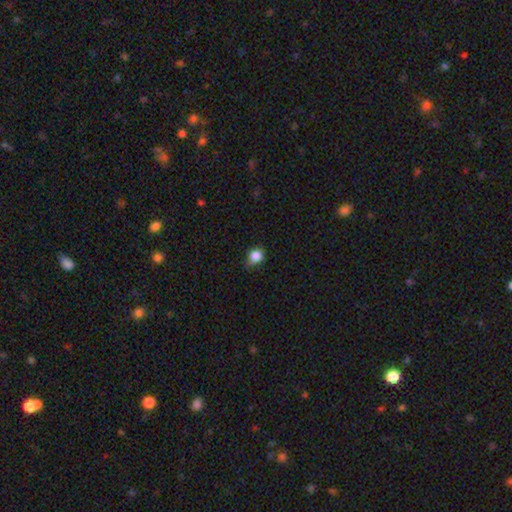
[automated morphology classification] Smooth or featured? smooth (84%)
How rounded? round (77%)
Merging? none (55%)